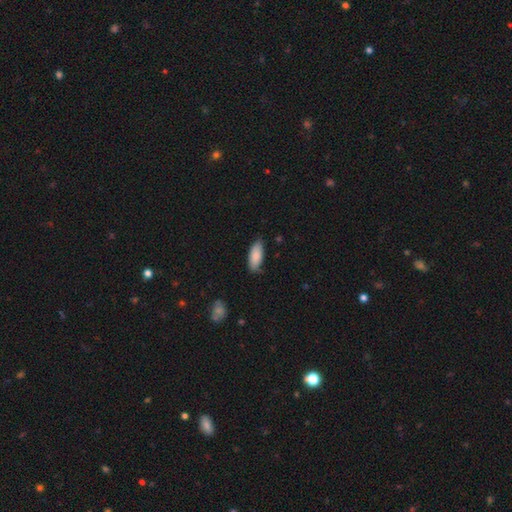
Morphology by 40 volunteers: Q: Smooth or featured?
A: smooth (92%); runner-up: featured or disk (5%)
Q: How rounded?
A: in between (81%); runner-up: cigar-shaped (16%)
Q: Merging?
A: none (85%); runner-up: minor disturbance (15%)